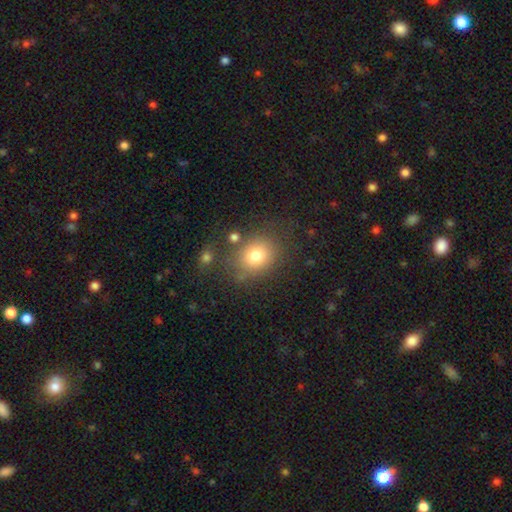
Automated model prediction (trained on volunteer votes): A smooth galaxy with no disk features (77%) that is round (56%). Merging: none (73%).